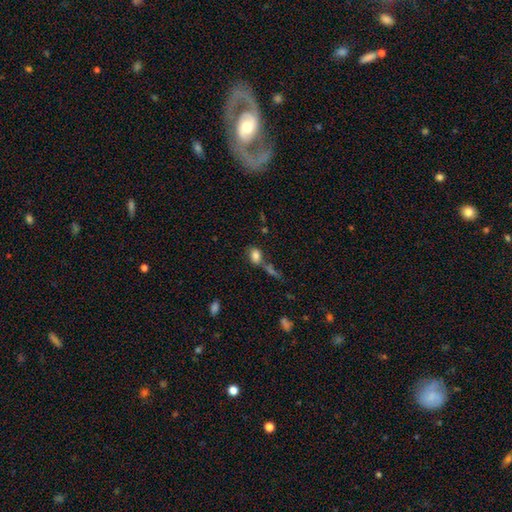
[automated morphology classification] Smooth or featured: smooth — 81% (star or artifact — 11%)
How rounded: in between — 73% (round — 25%)
Merging: none — 49% (merger — 29%)